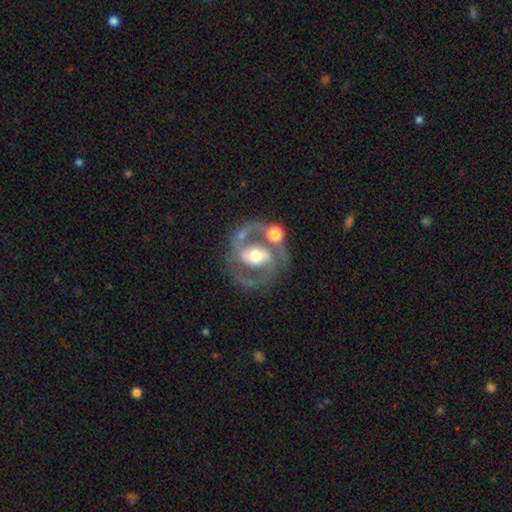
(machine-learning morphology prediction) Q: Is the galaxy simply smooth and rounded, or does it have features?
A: featured or disk — 85%.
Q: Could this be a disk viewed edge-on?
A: no — 97%.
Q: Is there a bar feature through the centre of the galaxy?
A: weak — 36%.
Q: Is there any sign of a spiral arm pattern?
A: yes — 90%.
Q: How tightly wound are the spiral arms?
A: medium — 58%.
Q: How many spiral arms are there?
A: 2 — 89%.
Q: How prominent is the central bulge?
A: moderate — 69%.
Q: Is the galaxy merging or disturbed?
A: none — 58%.